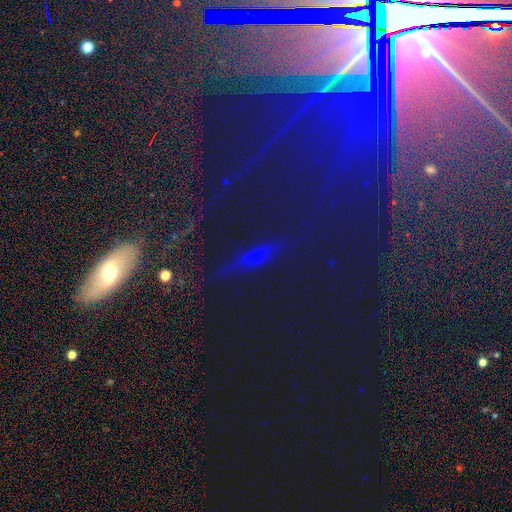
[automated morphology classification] smooth-or-featured: star or artifact: 58% | smooth: 21% | featured or disk: 20%